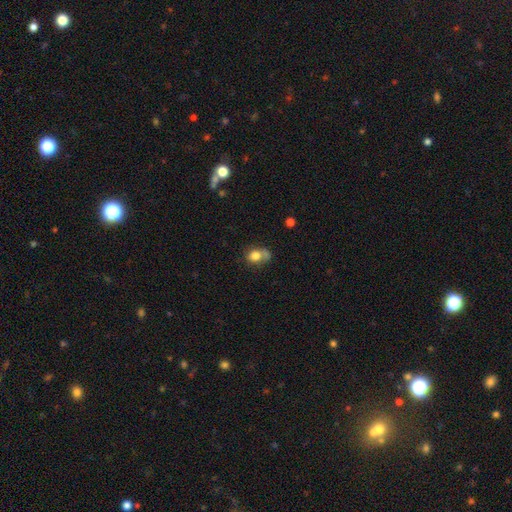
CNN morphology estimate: A smooth galaxy with no disk features (77%) that is round (51%).

Vote fractions:
- Smooth or featured? smooth: 77% / featured or disk: 13% / star or artifact: 10%
- How rounded? round: 51% / in between: 48% / cigar-shaped: 1%
- Merging? none: 42% / minor disturbance: 24% / merger: 19% / major disturbance: 15%